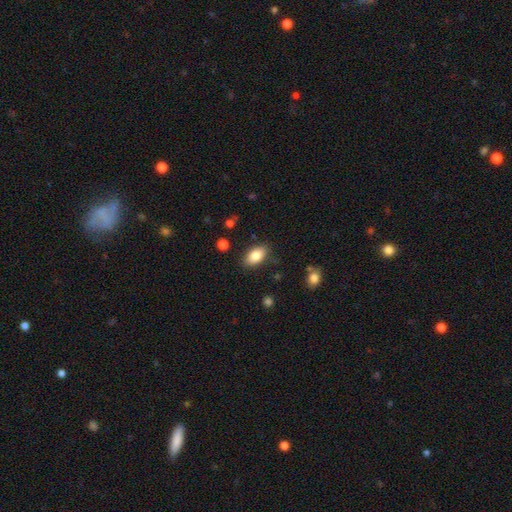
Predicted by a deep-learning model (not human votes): A smooth galaxy with no disk features (83%) that is in between round and cigar-shaped (91%).

Vote fractions:
- Smooth or featured? smooth: 83% / featured or disk: 10% / star or artifact: 7%
- How rounded? in between: 91% / round: 6% / cigar-shaped: 3%
- Merging? none: 83% / minor disturbance: 12% / major disturbance: 3% / merger: 2%